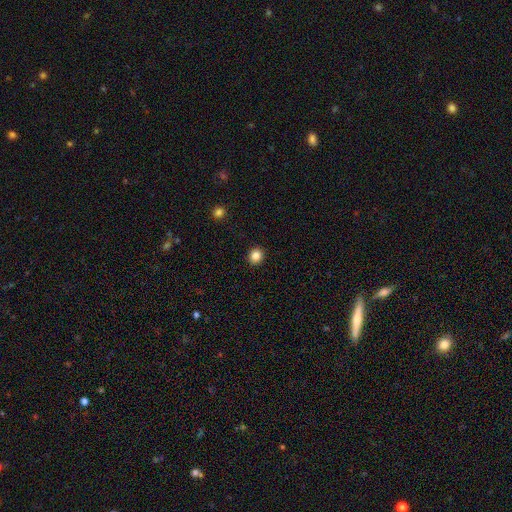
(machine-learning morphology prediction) Smooth or featured? Predicted: smooth (p=0.84). How rounded? Predicted: round (p=0.85). Merging? Predicted: none (p=0.93).